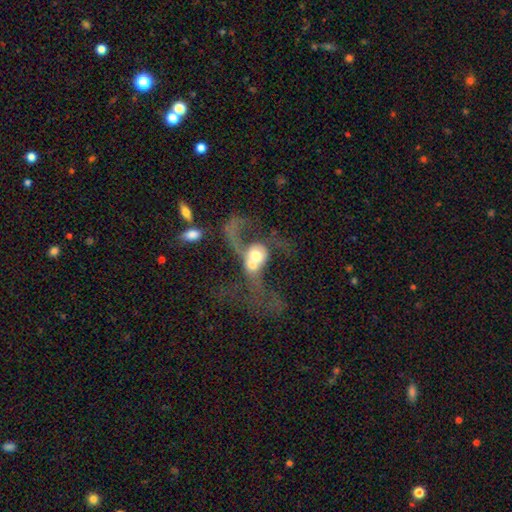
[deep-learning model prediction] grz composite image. It shows a featured or disk galaxy (52%). Merging: merger (74%).